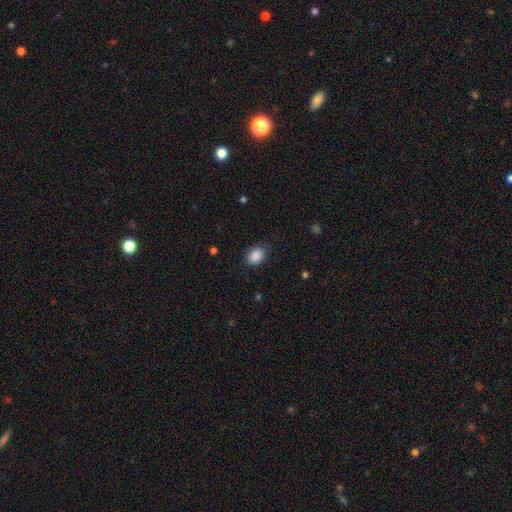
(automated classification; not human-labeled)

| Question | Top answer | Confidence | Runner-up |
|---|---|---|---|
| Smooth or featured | smooth | 88% | star or artifact (8%) |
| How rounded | in between | 67% | round (32%) |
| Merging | none | 81% | minor disturbance (14%) |